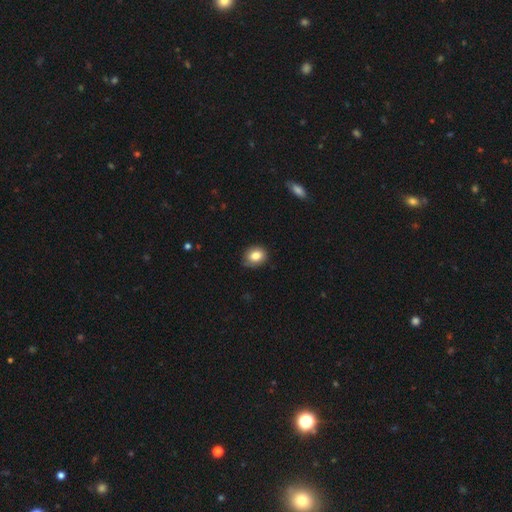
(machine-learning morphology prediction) Smooth or featured? Predicted: smooth (p=0.82). How rounded? Predicted: round (p=0.54). Merging? Predicted: none (p=0.77).